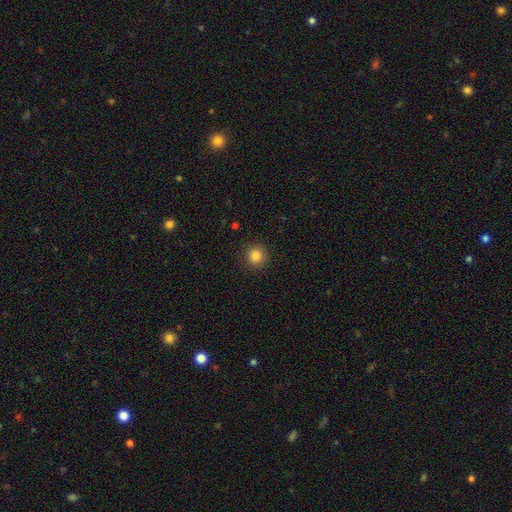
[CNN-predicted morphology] type=smooth (85%); roundness=round (94%); merging=none (91%).